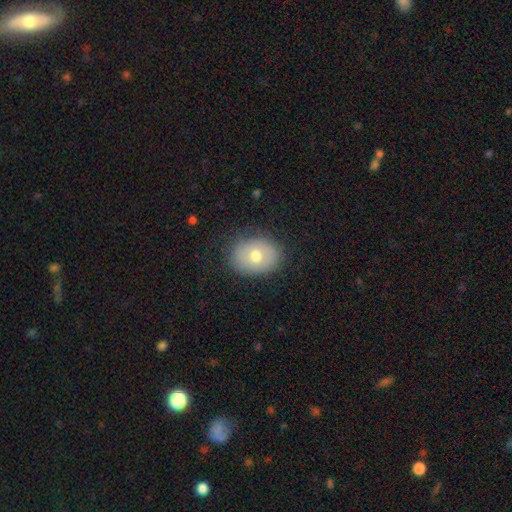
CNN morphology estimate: Smooth or featured?
  - smooth: 67% *
  - featured or disk: 24%
  - star or artifact: 9%
How rounded?
  - in between: 60% *
  - round: 39%
  - cigar-shaped: 1%
Merging?
  - none: 83% *
  - minor disturbance: 12%
  - major disturbance: 4%
  - merger: 1%